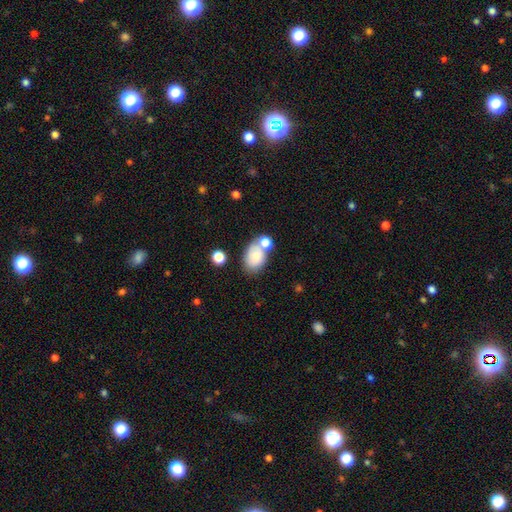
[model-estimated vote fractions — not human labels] Q: Smooth or featured?
A: smooth (74%); runner-up: featured or disk (16%)
Q: How rounded?
A: in between (78%); runner-up: round (21%)
Q: Merging?
A: none (51%); runner-up: merger (26%)